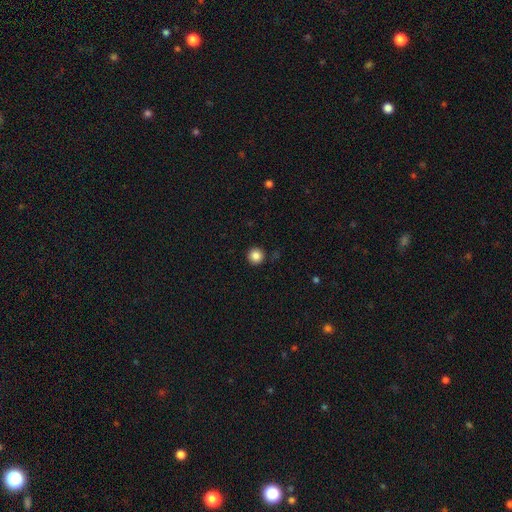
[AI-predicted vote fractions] Overall: smooth (86%). How rounded: round (96%). Merging: none (92%).